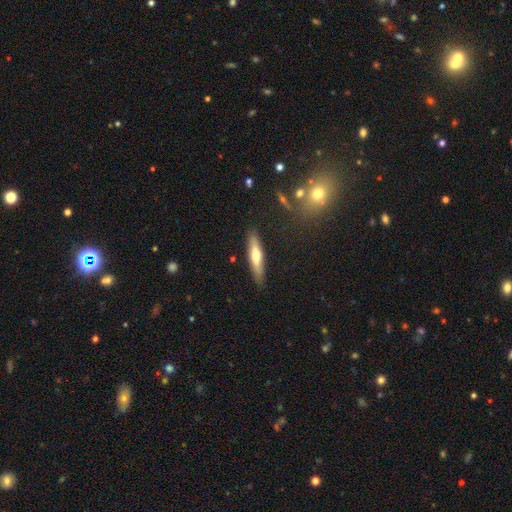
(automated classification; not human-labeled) Smooth or featured? smooth (56%)
How rounded? cigar-shaped (81%)
Merging? none (85%)